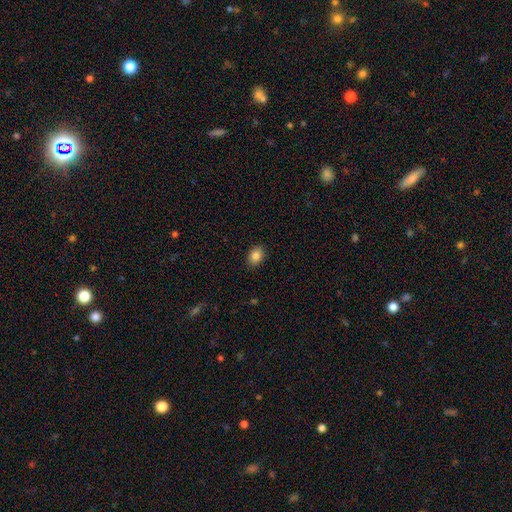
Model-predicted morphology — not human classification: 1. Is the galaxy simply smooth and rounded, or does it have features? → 86% smooth, 9% star or artifact, 5% featured or disk.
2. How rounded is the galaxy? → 70% in between, 29% round, 1% cigar-shaped.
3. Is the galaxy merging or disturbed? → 89% none, 8% minor disturbance, 2% major disturbance, 1% merger.